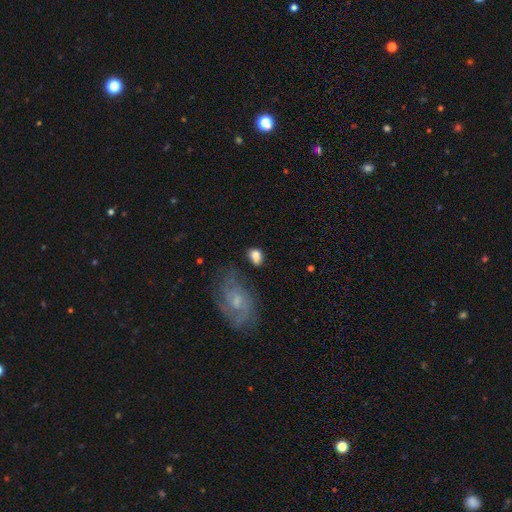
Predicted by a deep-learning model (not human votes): Smooth or featured?
  - smooth: 78% *
  - featured or disk: 14%
  - star or artifact: 8%
How rounded?
  - in between: 79% *
  - round: 19%
  - cigar-shaped: 2%
Merging?
  - none: 63% *
  - minor disturbance: 21%
  - major disturbance: 9%
  - merger: 7%